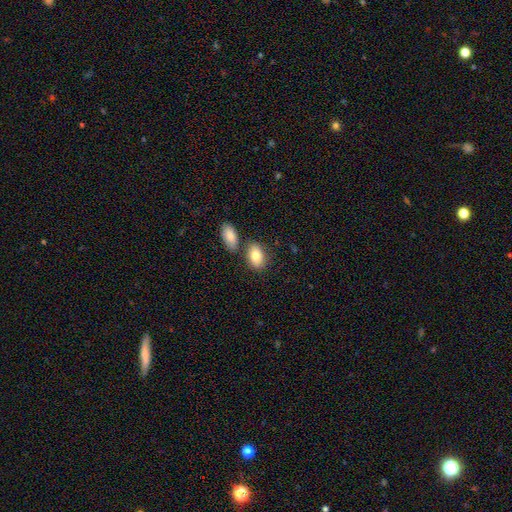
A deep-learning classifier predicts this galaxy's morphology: The model was most divided on "merging": none: 65%, merger: 20%, minor disturbance: 12%, major disturbance: 3%. More confident: how rounded — in between (89%); smooth or featured — smooth (82%).